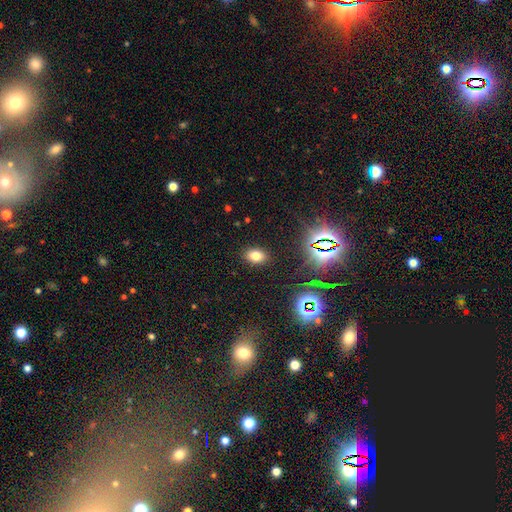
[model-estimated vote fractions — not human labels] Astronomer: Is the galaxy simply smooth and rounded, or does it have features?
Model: smooth — 73%.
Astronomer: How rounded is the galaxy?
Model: in between — 82%.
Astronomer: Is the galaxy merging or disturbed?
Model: none — 88%.